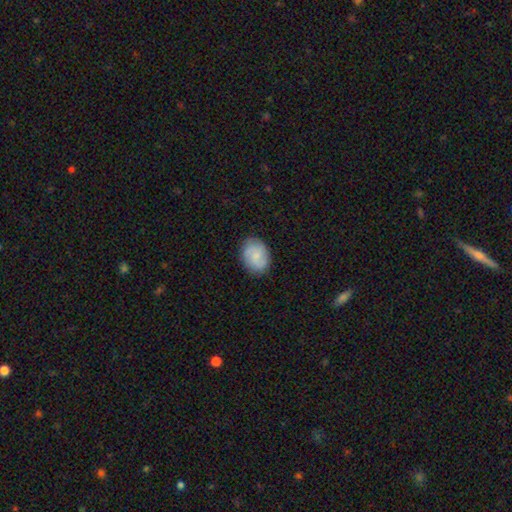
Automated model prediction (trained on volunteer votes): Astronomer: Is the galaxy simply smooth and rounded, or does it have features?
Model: smooth — 61%.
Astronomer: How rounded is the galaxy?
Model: in between — 59% (runner-up: round, 40%).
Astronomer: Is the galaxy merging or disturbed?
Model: none — 83%.